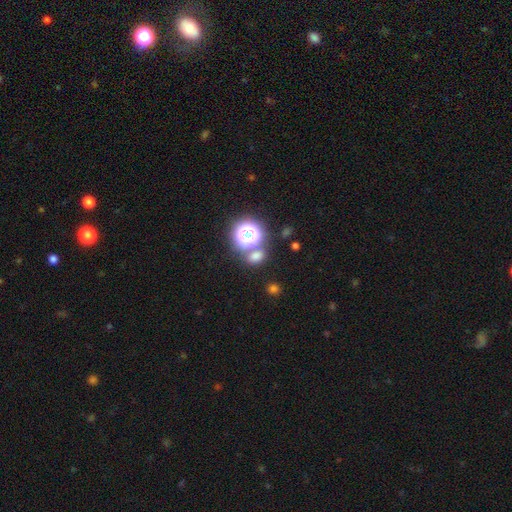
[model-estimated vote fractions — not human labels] This appears to be a smooth galaxy with no disk features (63%) that is round (57%). Merging: none (65%).